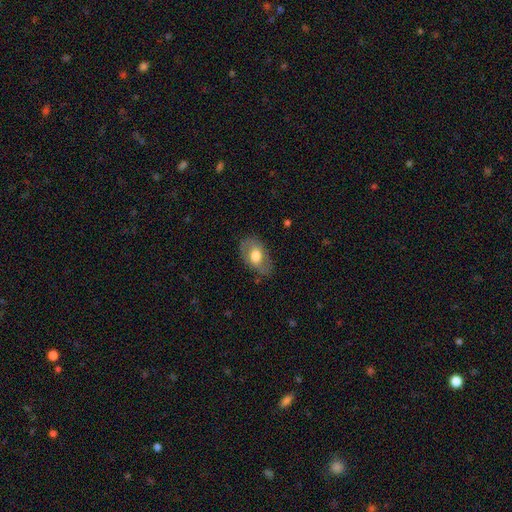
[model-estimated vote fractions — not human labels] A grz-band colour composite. It shows a smooth galaxy with no disk features (56%) that is in between round and cigar-shaped (88%). Merging: none (75%).